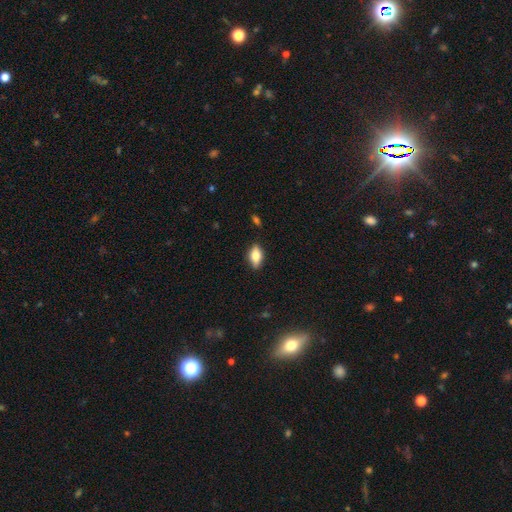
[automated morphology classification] smooth 68%, featured or disk 25%, star or artifact 8%. Down the decision tree: how rounded — in between (85%); merging — none (83%).